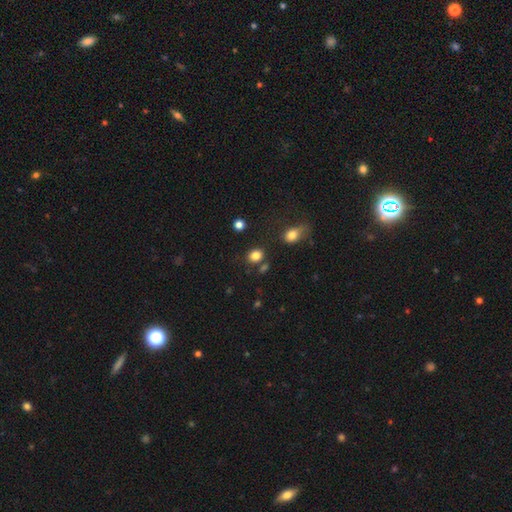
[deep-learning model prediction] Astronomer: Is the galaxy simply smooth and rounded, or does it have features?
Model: smooth — 83%.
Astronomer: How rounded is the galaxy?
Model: round — 51% (runner-up: in between, 47%).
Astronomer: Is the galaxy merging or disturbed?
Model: none — 75%.